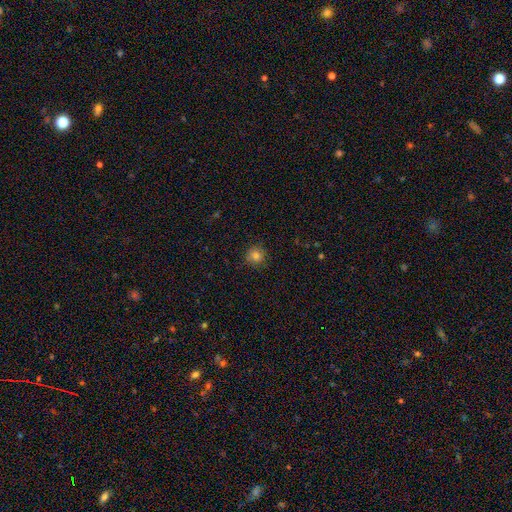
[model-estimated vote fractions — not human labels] The model was most divided on "smooth or featured": smooth: 82%, star or artifact: 13%, featured or disk: 6%. More confident: how rounded — round (92%); merging — none (86%).